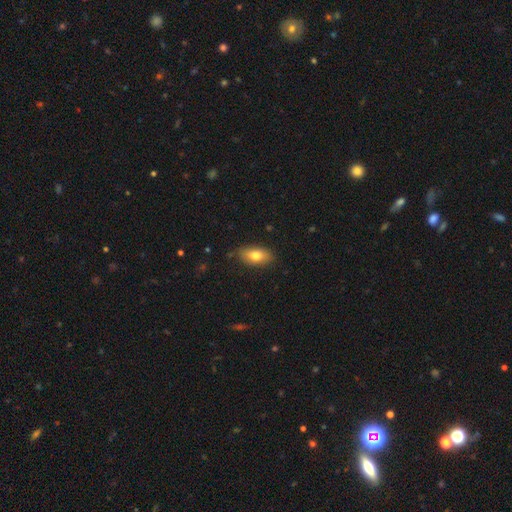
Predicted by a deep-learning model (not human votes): This is likely a smooth galaxy (78%). How rounded: clearly in between (87%). Merging: clearly none (82%).